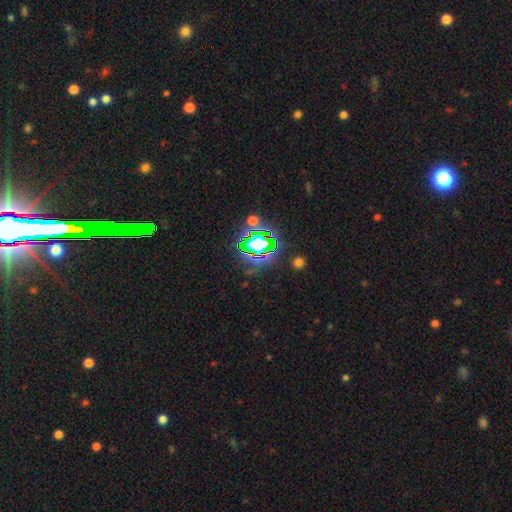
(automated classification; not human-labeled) Smooth or featured?
  - star or artifact: 80% *
  - smooth: 11%
  - featured or disk: 9%